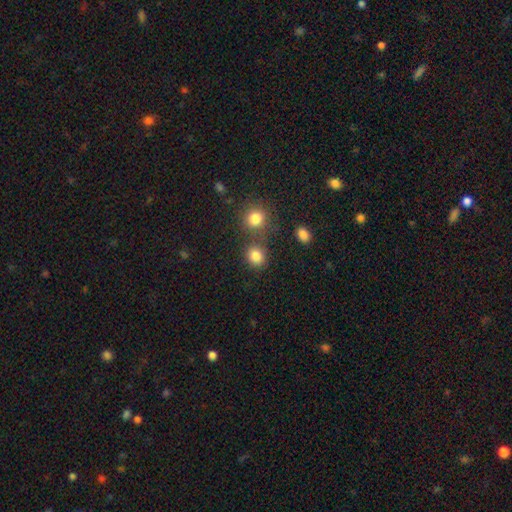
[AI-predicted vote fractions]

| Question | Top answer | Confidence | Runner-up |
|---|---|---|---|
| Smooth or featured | smooth | 83% | star or artifact (12%) |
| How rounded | round | 71% | in between (28%) |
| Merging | none | 69% | merger (18%) |